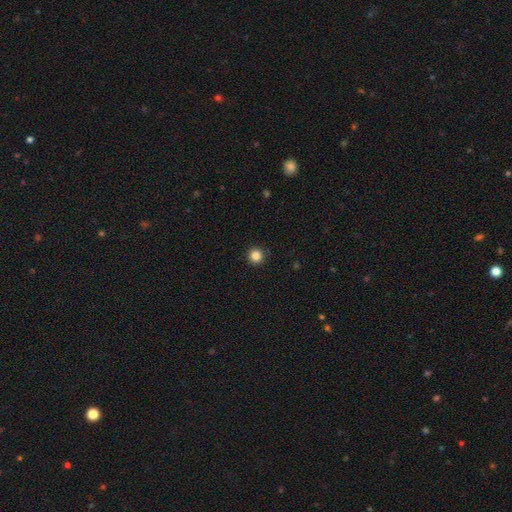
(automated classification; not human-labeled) A smooth galaxy with no disk features (85%) that is round (96%).

Vote fractions:
- Smooth or featured? smooth: 85% / star or artifact: 11% / featured or disk: 4%
- How rounded? round: 96% / in between: 3% / cigar-shaped: 1%
- Merging? none: 92% / minor disturbance: 5% / major disturbance: 2% / merger: 1%